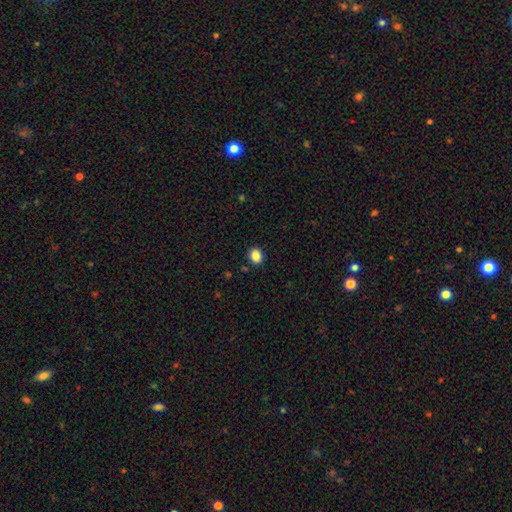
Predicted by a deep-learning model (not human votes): Q: Smooth or featured?
A: smooth (86%); runner-up: star or artifact (10%)
Q: How rounded?
A: round (58%); runner-up: in between (41%)
Q: Merging?
A: none (90%); runner-up: minor disturbance (7%)